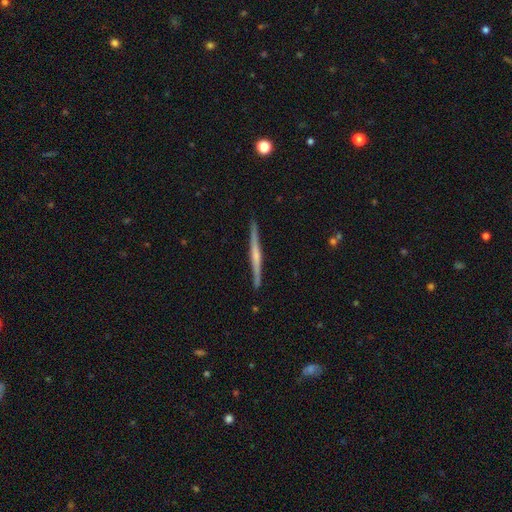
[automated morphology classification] type=featured or disk (70%); edge-on=yes (98%); edge-on bulge=rounded (46%); merging=none (91%).